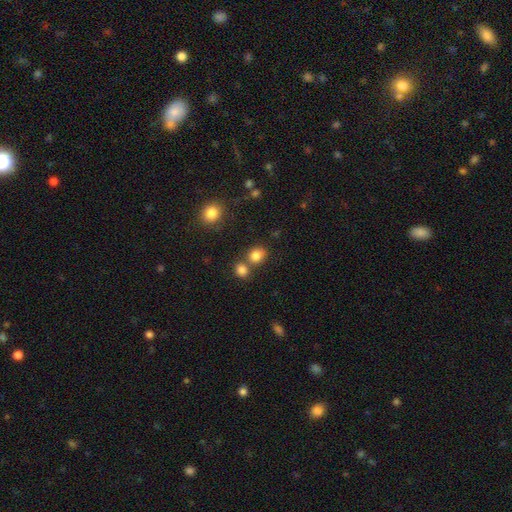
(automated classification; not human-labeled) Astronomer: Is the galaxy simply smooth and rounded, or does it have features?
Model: smooth — 82%.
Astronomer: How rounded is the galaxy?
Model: round — 64%.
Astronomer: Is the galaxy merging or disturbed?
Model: none — 59%.